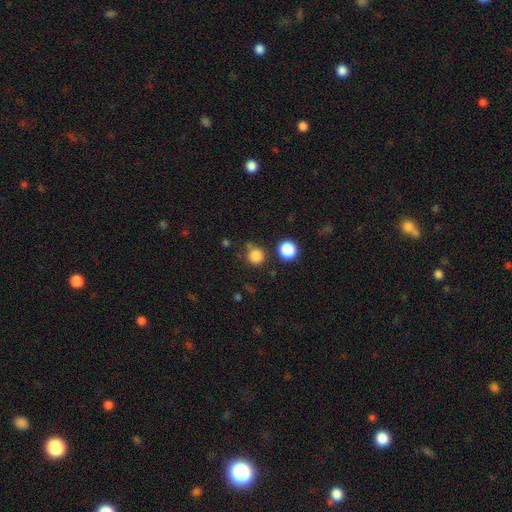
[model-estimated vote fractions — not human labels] smooth 83%, star or artifact 14%, featured or disk 4%. Down the decision tree: how rounded — round (93%); merging — none (78%).